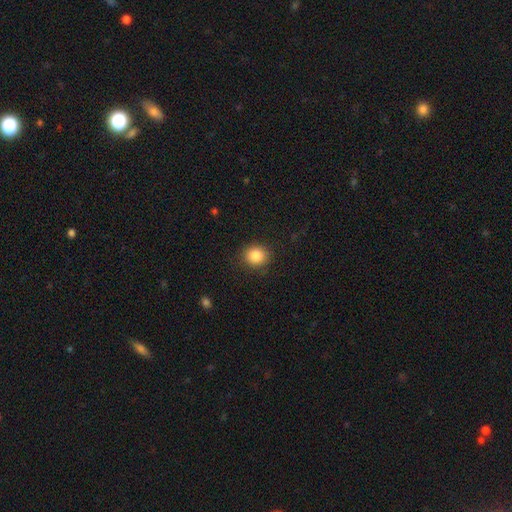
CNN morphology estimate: A smooth galaxy with no disk features (85%) that is round (76%).

Vote fractions:
- Smooth or featured? smooth: 85% / star or artifact: 10% / featured or disk: 5%
- How rounded? round: 76% / in between: 23% / cigar-shaped: 1%
- Merging? none: 88% / minor disturbance: 9% / major disturbance: 3% / merger: 1%